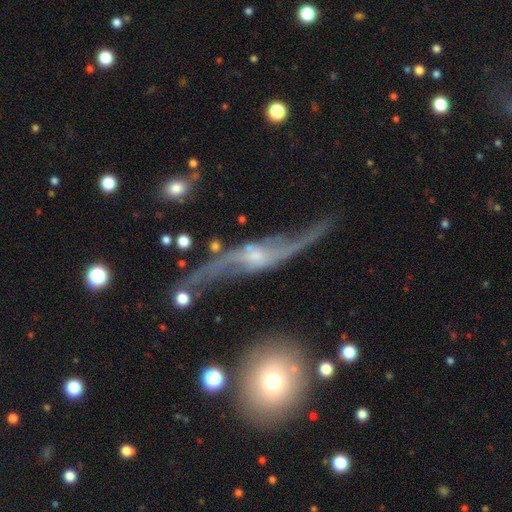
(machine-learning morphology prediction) Smooth or featured?
  - featured or disk: 88% *
  - smooth: 7%
  - star or artifact: 5%
Edge-on disk?
  - no: 71% *
  - yes: 29%
Bar?
  - no: 42% *
  - weak: 40%
  - strong: 18%
Spiral arms?
  - yes: 92% *
  - no: 8%
Spiral winding?
  - loose: 85% *
  - medium: 10%
  - tight: 4%
Spiral arm count?
  - 2: 93% *
  - can't tell: 3%
  - 1: 2%
  - 3: 1%
  - 4: 1%
  - more than 4: 1%
Bulge size?
  - small: 51% *
  - moderate: 33%
  - none: 9%
  - large: 5%
  - dominant: 2%
Merging?
  - none: 58% *
  - minor disturbance: 20%
  - major disturbance: 14%
  - merger: 8%